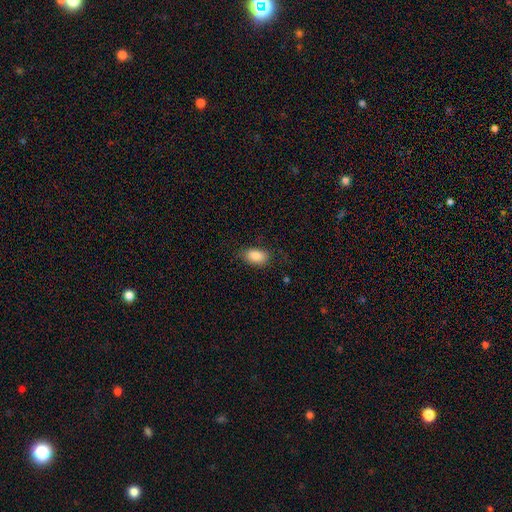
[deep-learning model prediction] smooth_or_featured: smooth (p=0.88) [alt: star or artifact p=0.07]
how_rounded: in between (p=0.91) [alt: round p=0.07]
merging: none (p=0.79) [alt: minor disturbance p=0.15]